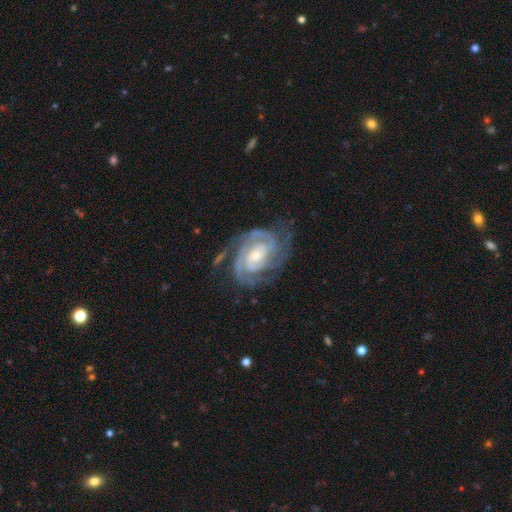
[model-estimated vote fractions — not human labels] The model was most divided on "bulge size": small: 50%, moderate: 42%, large: 4%, none: 2%, dominant: 1%. More confident: spiral arms — yes (98%); edge-on disk — no (98%); smooth or featured — featured or disk (92%); spiral winding — tight (72%); merging — none (72%); spiral arm count — 2 (61%); bar — no (56%).